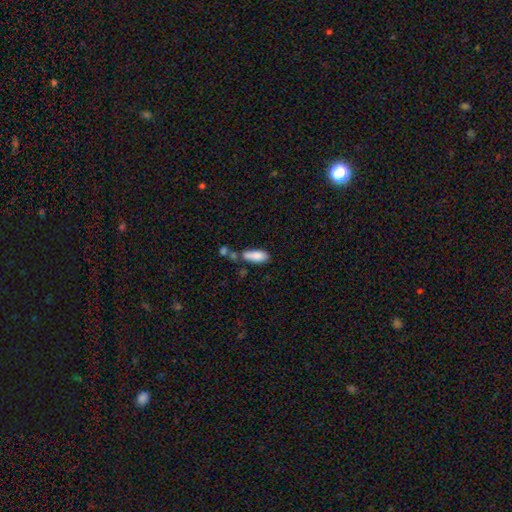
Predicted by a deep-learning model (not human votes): Smooth or featured?
  - smooth: 86% *
  - featured or disk: 7%
  - star or artifact: 7%
How rounded?
  - in between: 71% *
  - cigar-shaped: 27%
  - round: 2%
Merging?
  - none: 53% *
  - minor disturbance: 23%
  - merger: 17%
  - major disturbance: 7%